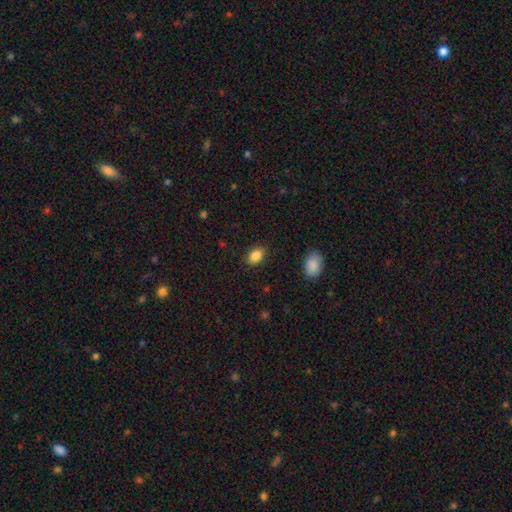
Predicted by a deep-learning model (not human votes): smooth_or_featured: smooth (p=0.86) [alt: star or artifact p=0.09]
how_rounded: in between (p=0.79) [alt: round p=0.20]
merging: none (p=0.87) [alt: minor disturbance p=0.10]